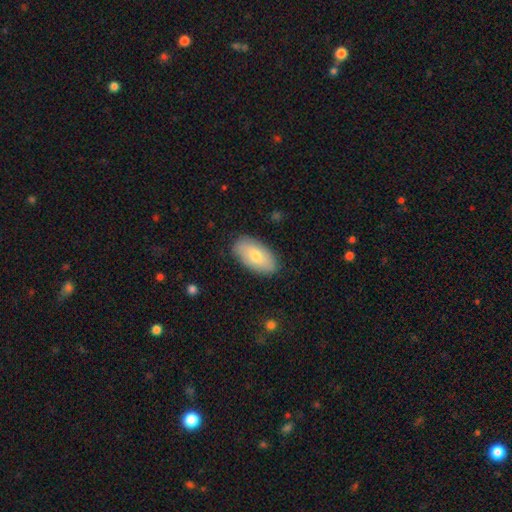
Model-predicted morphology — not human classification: smooth 75%, featured or disk 19%, star or artifact 6%. Down the decision tree: how rounded — in between (94%); merging — none (86%).